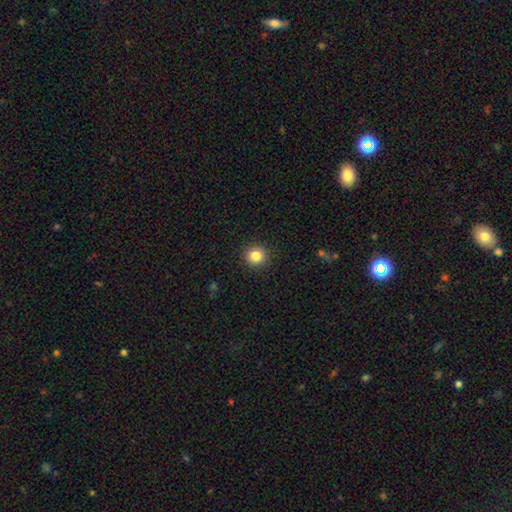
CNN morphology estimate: The model was most divided on "smooth or featured": smooth: 84%, star or artifact: 11%, featured or disk: 5%. More confident: how rounded — round (94%); merging — none (92%).